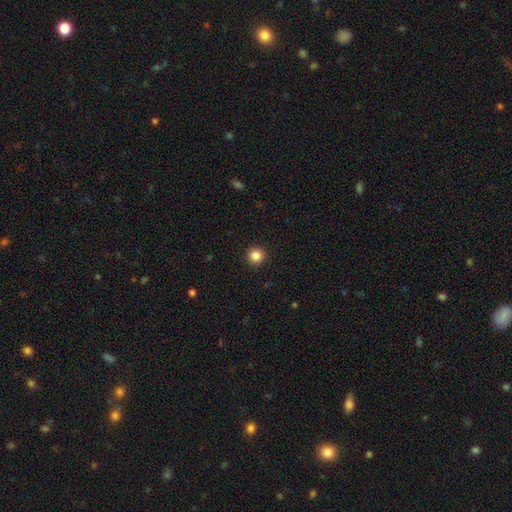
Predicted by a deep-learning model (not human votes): Smooth or featured? Predicted: smooth (p=0.85). How rounded? Predicted: round (p=0.95). Merging? Predicted: none (p=0.93).